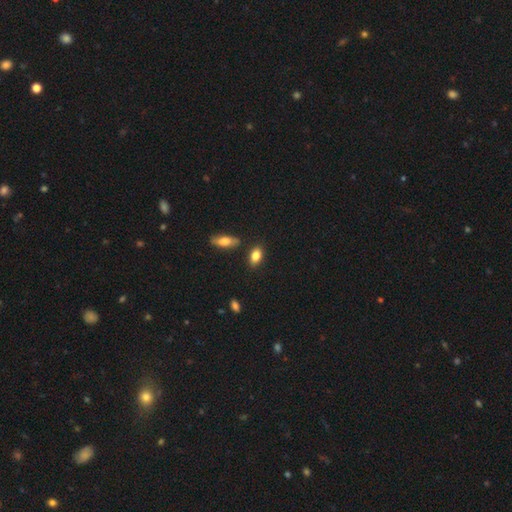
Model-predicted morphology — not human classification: smooth_or_featured: smooth (p=0.84) [alt: featured or disk p=0.08]
how_rounded: in between (p=0.83) [alt: round p=0.12]
merging: none (p=0.80) [alt: minor disturbance p=0.11]